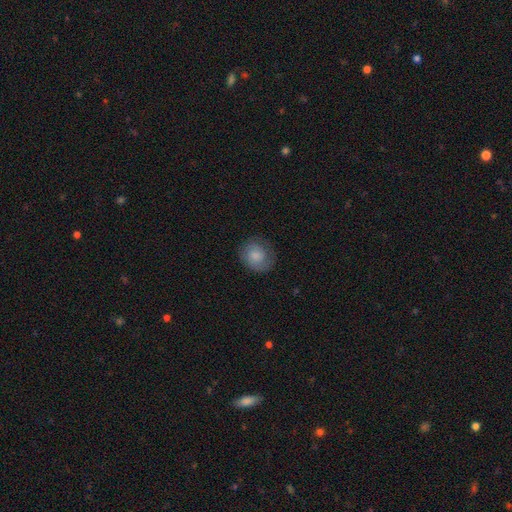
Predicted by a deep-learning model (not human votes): Smooth or featured? smooth (72%)
How rounded? round (74%)
Merging? none (73%)